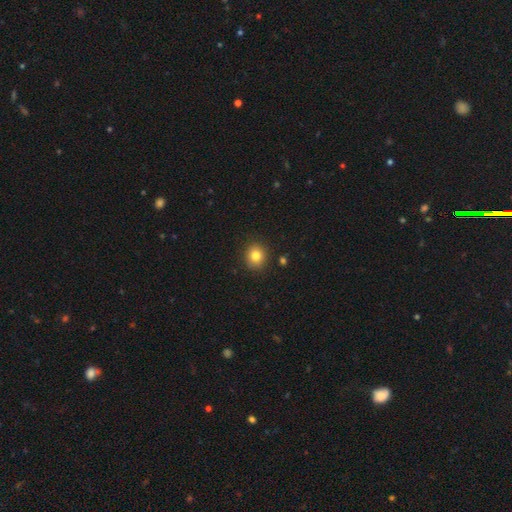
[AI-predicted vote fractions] Smooth or featured?
  - smooth: 82% *
  - star or artifact: 11%
  - featured or disk: 7%
How rounded?
  - round: 79% *
  - in between: 20%
  - cigar-shaped: 1%
Merging?
  - none: 89% *
  - minor disturbance: 8%
  - major disturbance: 2%
  - merger: 2%